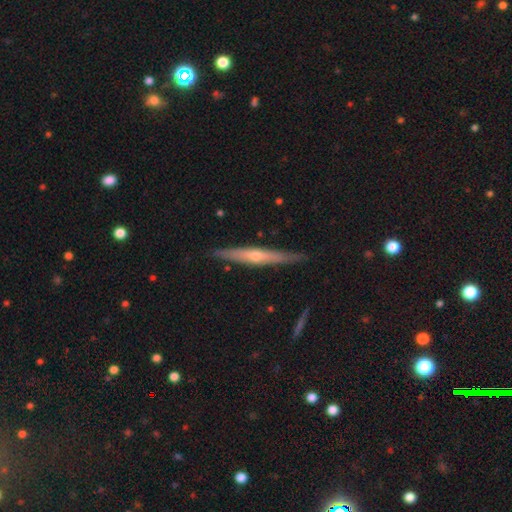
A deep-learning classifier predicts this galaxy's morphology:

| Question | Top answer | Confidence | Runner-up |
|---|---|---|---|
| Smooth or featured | featured or disk | 64% | smooth (30%) |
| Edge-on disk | yes | 94% | no (6%) |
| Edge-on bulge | rounded | 75% | none (22%) |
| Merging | none | 87% | minor disturbance (10%) |